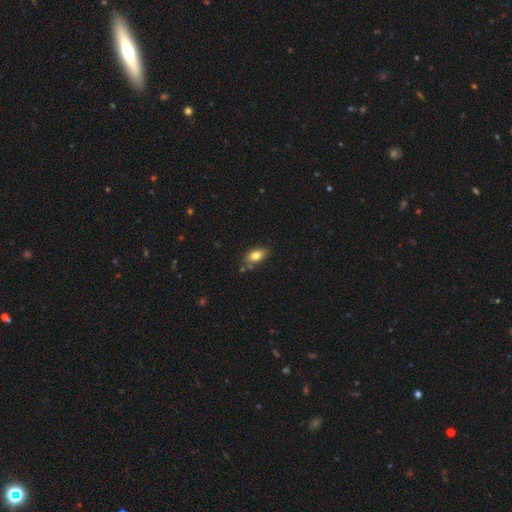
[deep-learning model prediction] Smooth or featured: smooth — 80% (featured or disk — 11%)
How rounded: in between — 87% (round — 9%)
Merging: none — 70% (minor disturbance — 19%)